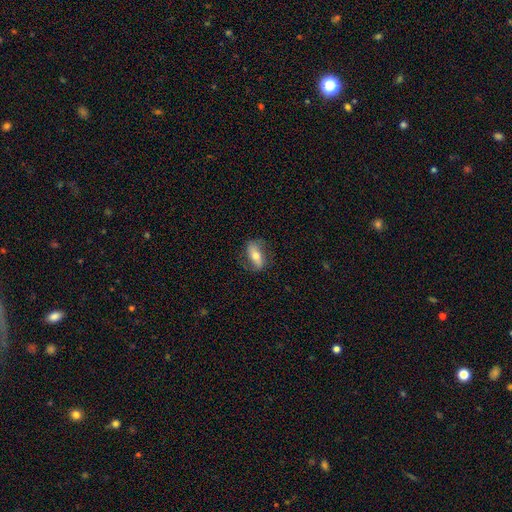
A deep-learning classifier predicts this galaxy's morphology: smooth_or_featured: smooth (p=0.49) [alt: featured or disk p=0.44]
merging: none (p=0.75) [alt: minor disturbance p=0.17]